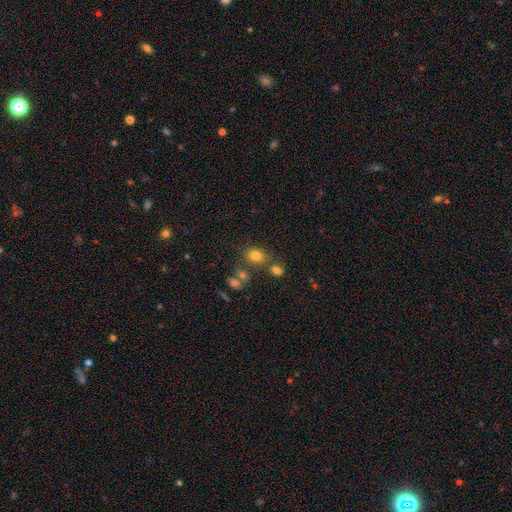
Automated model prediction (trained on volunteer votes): This appears to be a smooth galaxy with no disk features (78%) that is in between round and cigar-shaped (53%). Merging: none (64%).